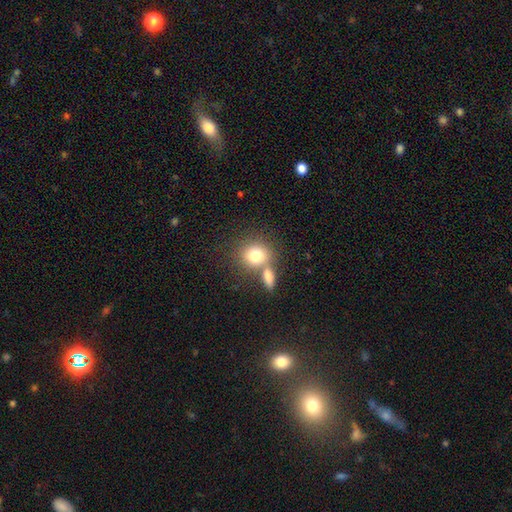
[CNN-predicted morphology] Q: Smooth or featured?
A: smooth (78%); runner-up: featured or disk (12%)
Q: How rounded?
A: round (77%); runner-up: in between (22%)
Q: Merging?
A: none (50%); runner-up: merger (36%)